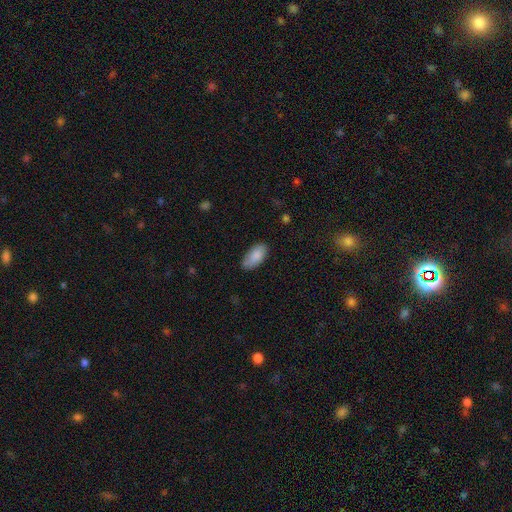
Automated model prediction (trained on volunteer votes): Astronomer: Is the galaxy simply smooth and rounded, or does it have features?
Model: smooth — 85%.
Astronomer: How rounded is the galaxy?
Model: in between — 93%.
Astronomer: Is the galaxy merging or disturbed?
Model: none — 76%.